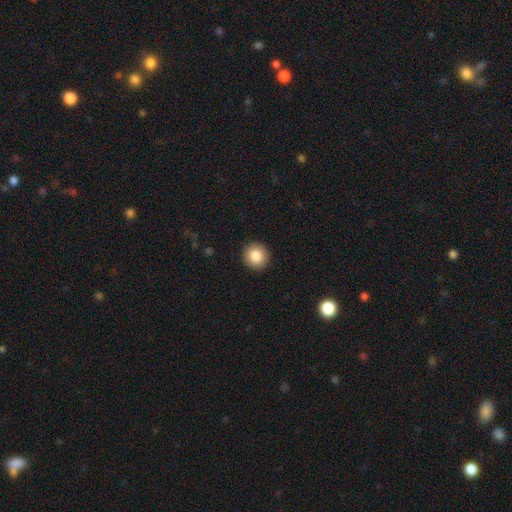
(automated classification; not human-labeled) This is clearly a smooth galaxy (86%). How rounded: clearly round (94%). Merging: clearly none (93%).